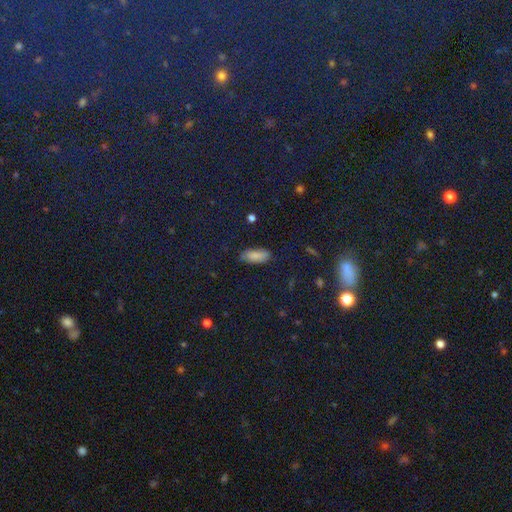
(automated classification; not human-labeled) A smooth galaxy with no disk features (80%) that is in between round and cigar-shaped (81%).

Vote fractions:
- Smooth or featured? smooth: 80% / star or artifact: 11% / featured or disk: 9%
- How rounded? in between: 81% / cigar-shaped: 16% / round: 3%
- Merging? none: 80% / minor disturbance: 15% / major disturbance: 4% / merger: 2%